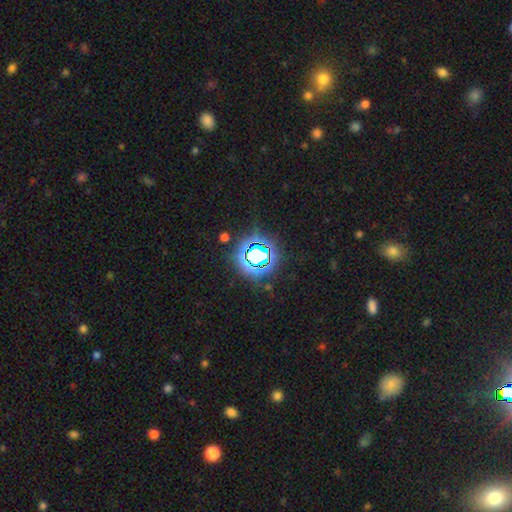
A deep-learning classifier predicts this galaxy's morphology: This is likely a star or artifact rather than a galaxy (71%).